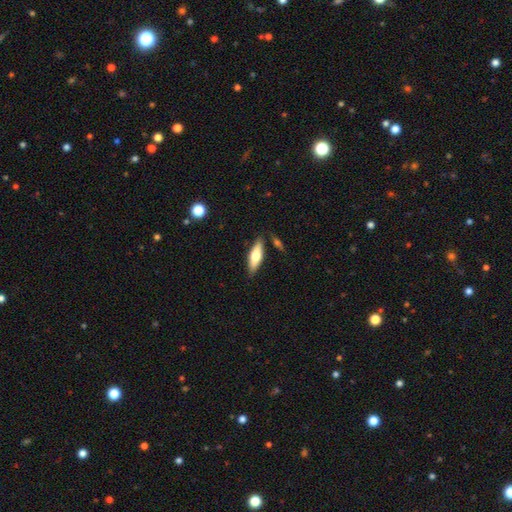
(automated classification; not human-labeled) Overall: smooth (61%; featured or disk 33%). How rounded: in between (53%; cigar-shaped 45%). Merging: none (83%).